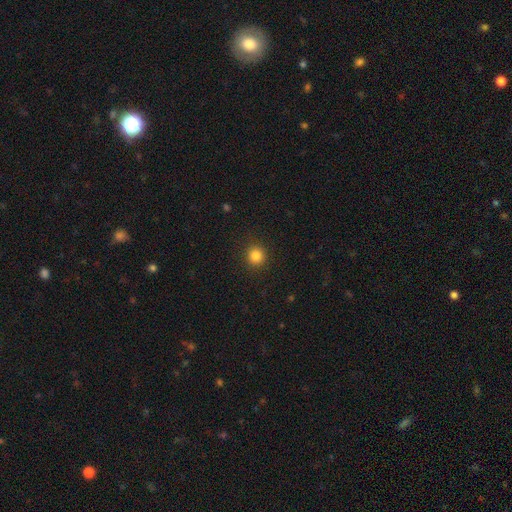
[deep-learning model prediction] The model was most divided on "smooth or featured": smooth: 84%, star or artifact: 12%, featured or disk: 4%. More confident: how rounded — round (93%); merging — none (91%).